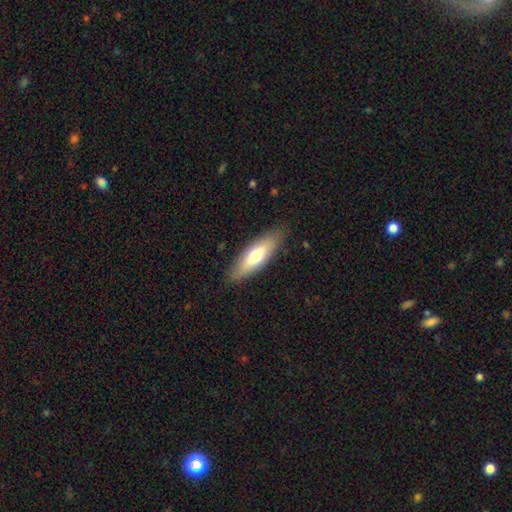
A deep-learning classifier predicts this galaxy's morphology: type=smooth (63%); roundness=cigar-shaped (49%, tied with in between); merging=none (86%).